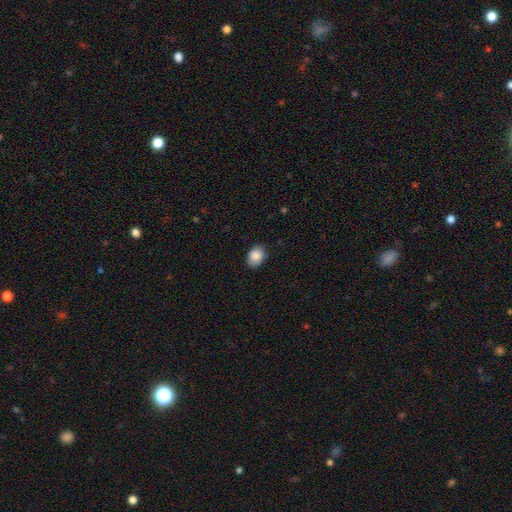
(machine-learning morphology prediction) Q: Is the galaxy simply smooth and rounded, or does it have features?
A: smooth — 88%.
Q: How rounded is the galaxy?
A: in between — 70%.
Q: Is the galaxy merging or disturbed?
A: none — 83%.